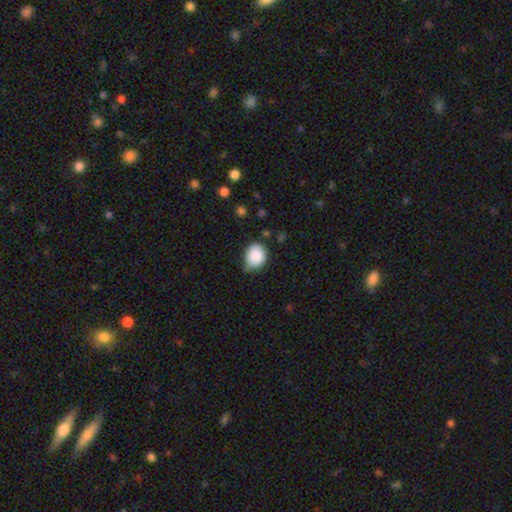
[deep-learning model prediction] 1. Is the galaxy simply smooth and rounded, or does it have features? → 88% smooth, 8% star or artifact, 4% featured or disk.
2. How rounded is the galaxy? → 51% in between, 48% round, 1% cigar-shaped.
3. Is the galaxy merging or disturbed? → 57% none, 35% minor disturbance, 6% major disturbance, 3% merger.